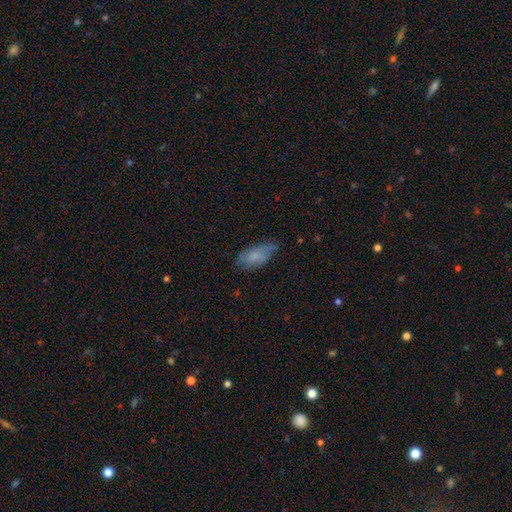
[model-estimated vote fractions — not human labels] smooth 74%, featured or disk 18%, star or artifact 9%. Down the decision tree: how rounded — in between (84%); merging — none (56%).